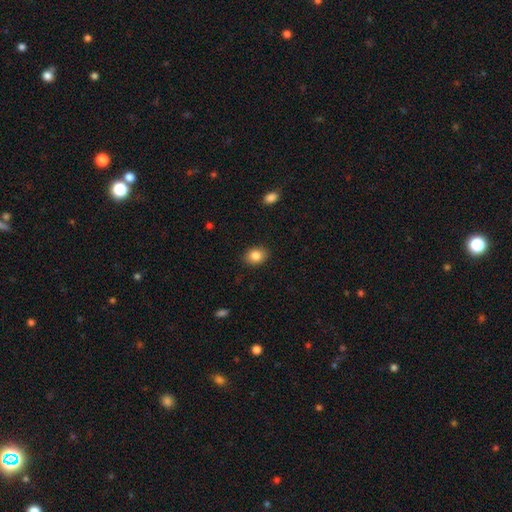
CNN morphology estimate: smooth 85%, star or artifact 9%, featured or disk 6%. Down the decision tree: how rounded — in between (59%); merging — none (88%).